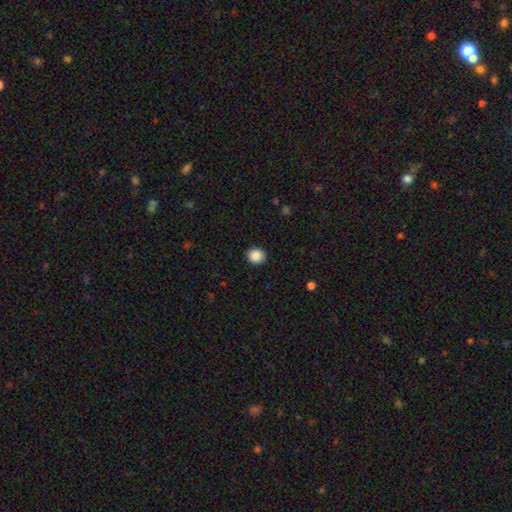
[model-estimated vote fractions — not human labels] This is clearly a smooth galaxy (88%). How rounded: clearly round (84%). Merging: clearly none (91%).